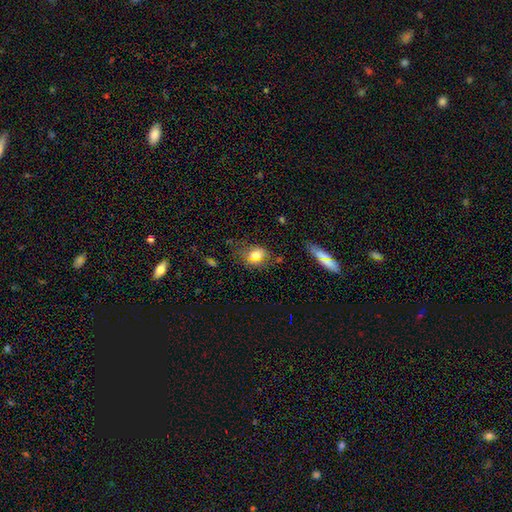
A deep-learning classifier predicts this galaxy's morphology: smooth_or_featured: smooth (p=0.71) [alt: featured or disk p=0.16]
how_rounded: in between (p=0.70) [alt: round p=0.27]
merging: none (p=0.64) [alt: minor disturbance p=0.23]